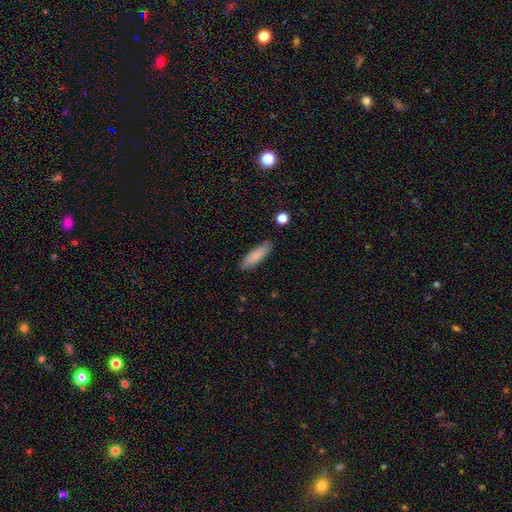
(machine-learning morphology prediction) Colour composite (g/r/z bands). It shows a smooth galaxy with no disk features (84%) that is cigar-shaped (60%). Merging: none (86%).